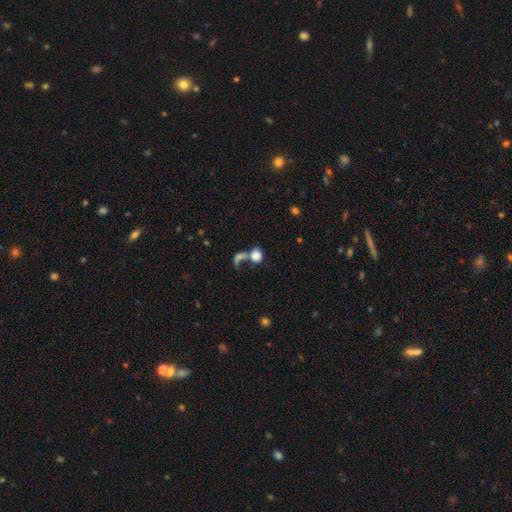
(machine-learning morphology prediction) Smooth or featured? Predicted: smooth (p=0.74). How rounded? Predicted: round (p=0.63). Merging? Predicted: merger (p=0.53).